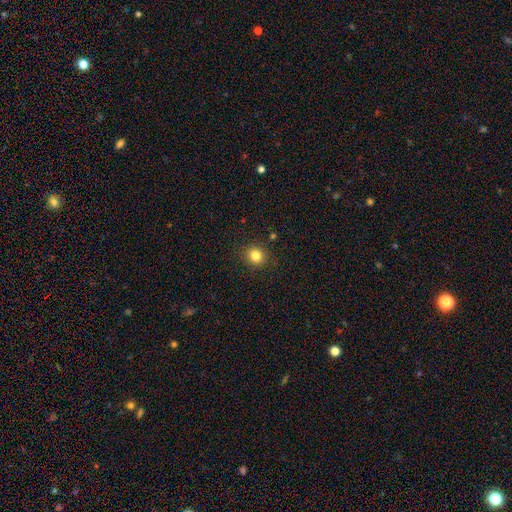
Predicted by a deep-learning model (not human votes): smooth-or-featured: smooth: 82% | star or artifact: 12% | featured or disk: 6%
  how-rounded: round: 84% | in between: 16% | cigar-shaped: 1%
  merging: none: 89% | minor disturbance: 7% | major disturbance: 2% | merger: 1%